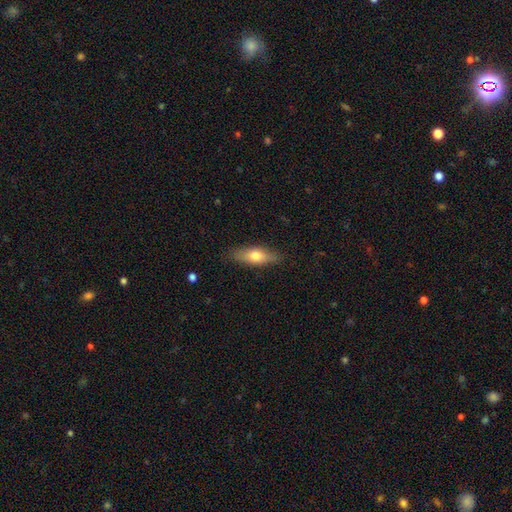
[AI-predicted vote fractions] Q: Smooth or featured?
A: smooth (64%); runner-up: featured or disk (30%)
Q: How rounded?
A: in between (61%); runner-up: cigar-shaped (36%)
Q: Merging?
A: none (85%); runner-up: minor disturbance (11%)